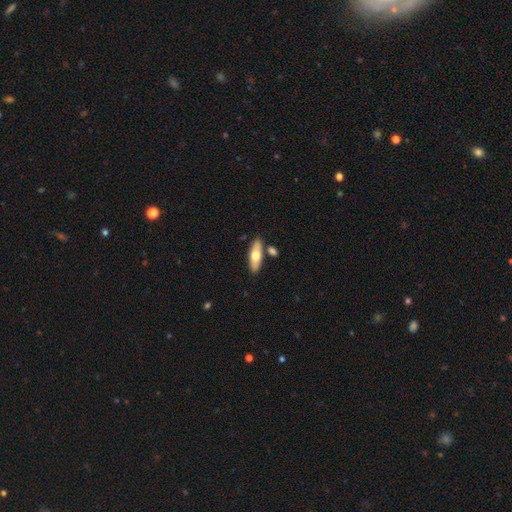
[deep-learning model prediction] Smooth or featured?
  - smooth: 60% *
  - featured or disk: 35%
  - star or artifact: 5%
How rounded?
  - in between: 64% *
  - cigar-shaped: 33%
  - round: 3%
Merging?
  - none: 78% *
  - minor disturbance: 10%
  - merger: 9%
  - major disturbance: 2%